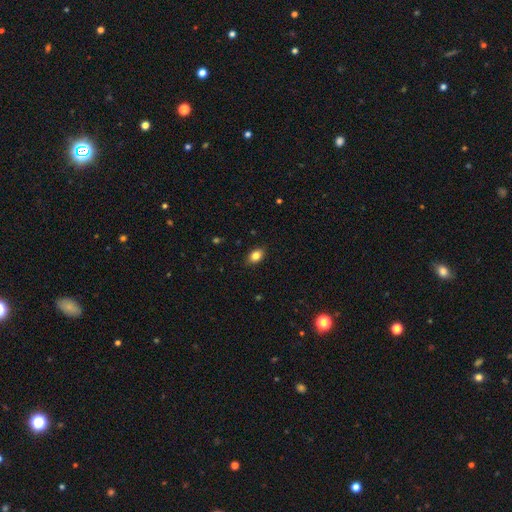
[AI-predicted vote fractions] This is clearly a smooth galaxy (84%). How rounded: clearly in between (82%). Merging: clearly none (87%).